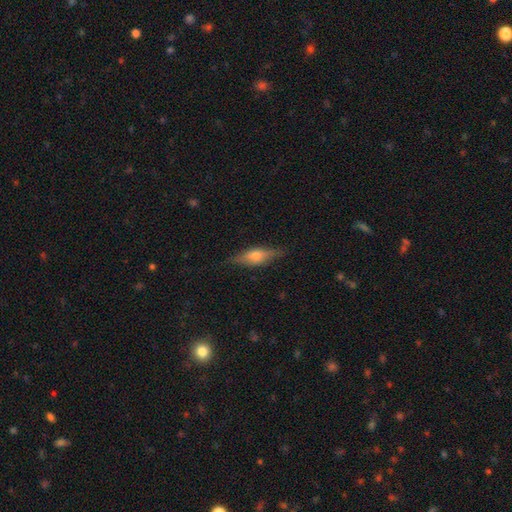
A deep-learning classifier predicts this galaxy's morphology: Q: Smooth or featured?
A: featured or disk (52%); runner-up: smooth (40%)
Q: Edge-on disk?
A: yes (93%); runner-up: no (7%)
Q: Merging?
A: none (83%); runner-up: minor disturbance (13%)